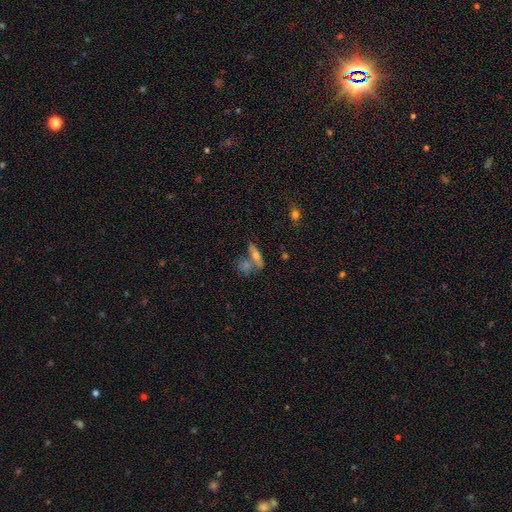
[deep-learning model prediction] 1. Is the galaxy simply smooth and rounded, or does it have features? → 44% smooth, 43% featured or disk, 13% star or artifact.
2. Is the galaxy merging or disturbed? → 52% none, 32% merger, 11% minor disturbance, 5% major disturbance.